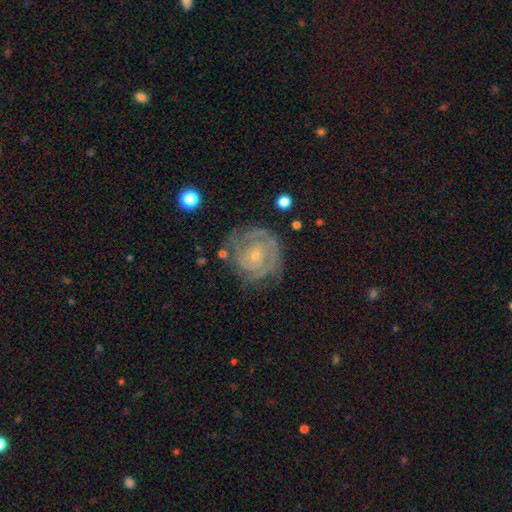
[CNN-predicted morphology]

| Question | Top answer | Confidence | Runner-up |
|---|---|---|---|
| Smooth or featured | featured or disk | 83% | smooth (11%) |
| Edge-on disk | no | 98% | yes (2%) |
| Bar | no | 69% | weak (25%) |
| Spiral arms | yes | 92% | no (8%) |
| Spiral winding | tight | 72% | medium (23%) |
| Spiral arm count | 2 | 38% | can't tell (30%) |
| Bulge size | small | 75% | moderate (21%) |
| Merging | none | 68% | minor disturbance (20%) |